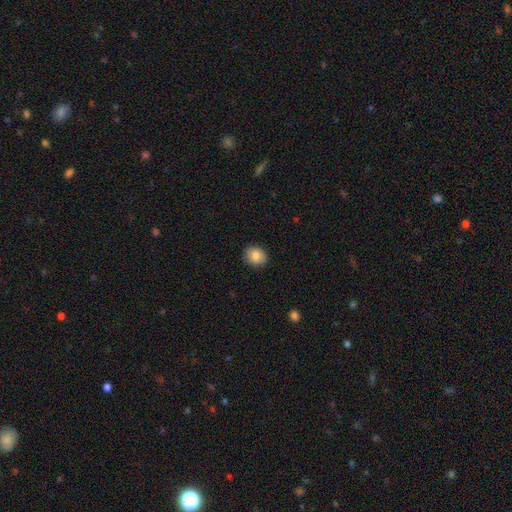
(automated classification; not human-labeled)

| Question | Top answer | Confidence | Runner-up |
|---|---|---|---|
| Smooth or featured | smooth | 84% | star or artifact (8%) |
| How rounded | round | 70% | in between (30%) |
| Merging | none | 89% | minor disturbance (8%) |